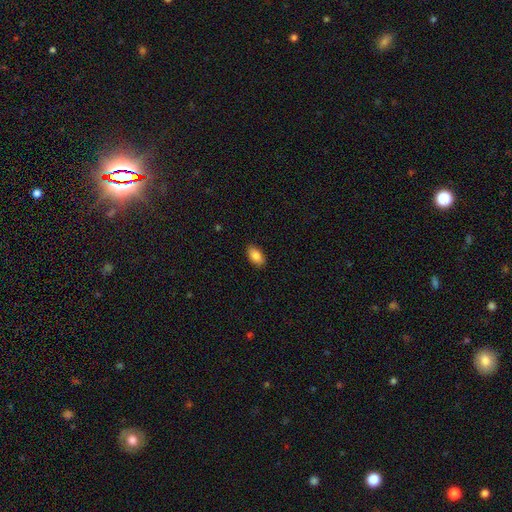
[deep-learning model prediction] This appears to be a smooth galaxy with no disk features (87%) that is in between round and cigar-shaped (94%). Merging: none (89%).